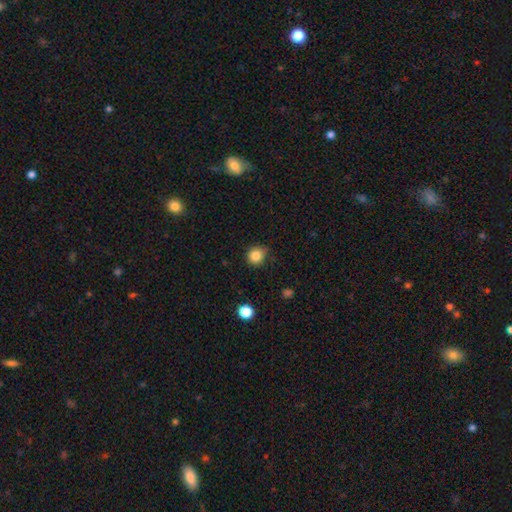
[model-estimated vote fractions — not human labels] A smooth galaxy with no disk features (84%) that is round (87%).

Vote fractions:
- Smooth or featured? smooth: 84% / star or artifact: 12% / featured or disk: 5%
- How rounded? round: 87% / in between: 12% / cigar-shaped: 1%
- Merging? none: 78% / minor disturbance: 17% / major disturbance: 3% / merger: 2%